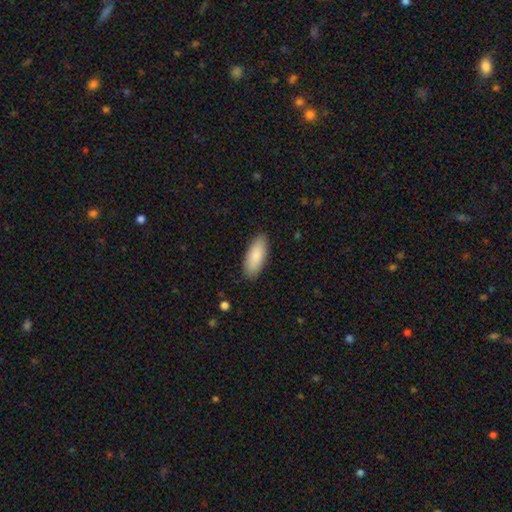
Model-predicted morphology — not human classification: A smooth galaxy with no disk features (87%) that is in between round and cigar-shaped (78%).

Vote fractions:
- Smooth or featured? smooth: 87% / featured or disk: 7% / star or artifact: 6%
- How rounded? in between: 78% / cigar-shaped: 20% / round: 2%
- Merging? none: 88% / minor disturbance: 9% / major disturbance: 2% / merger: 1%